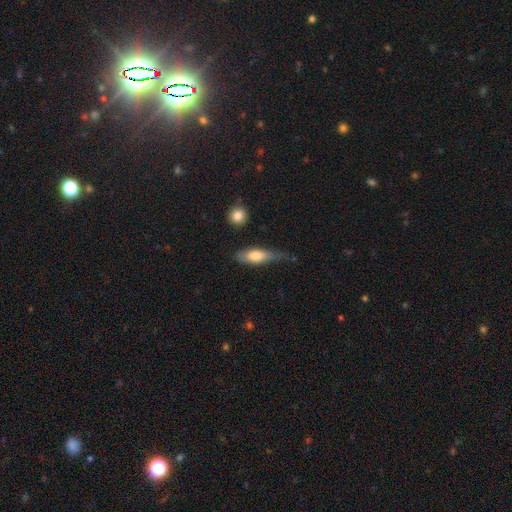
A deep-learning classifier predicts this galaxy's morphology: A smooth galaxy with no disk features (72%) that is in between round and cigar-shaped (57%). Merging: none (44%).